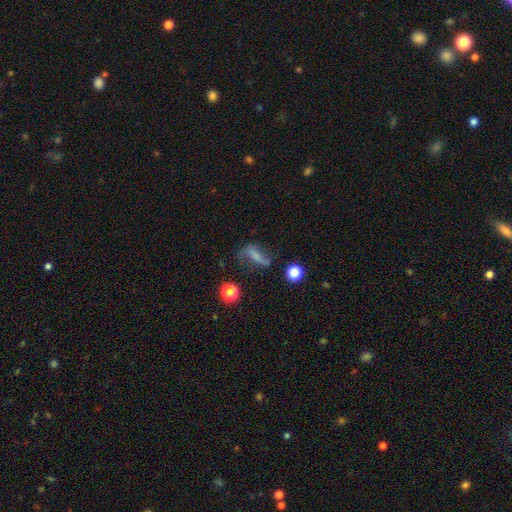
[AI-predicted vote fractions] smooth-or-featured: smooth: 48% | featured or disk: 36% | star or artifact: 16%
  merging: none: 45% | minor disturbance: 24% | major disturbance: 24% | merger: 6%